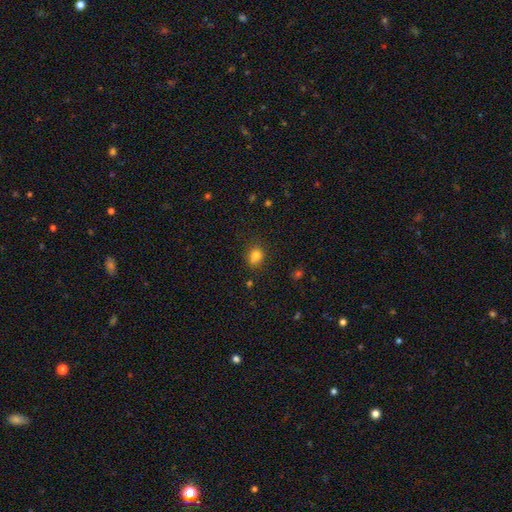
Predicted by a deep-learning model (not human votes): Smooth or featured: smooth — 81% (star or artifact — 12%)
How rounded: round — 57% (in between — 42%)
Merging: none — 79% (minor disturbance — 15%)